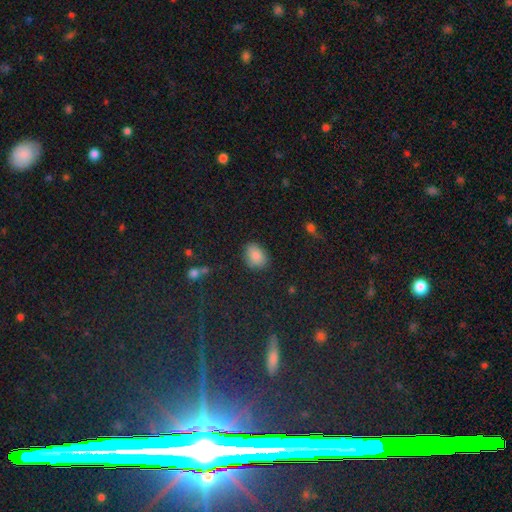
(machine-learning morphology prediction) Q: Smooth or featured?
A: smooth (85%); runner-up: star or artifact (9%)
Q: How rounded?
A: in between (73%); runner-up: round (25%)
Q: Merging?
A: none (78%); runner-up: minor disturbance (17%)